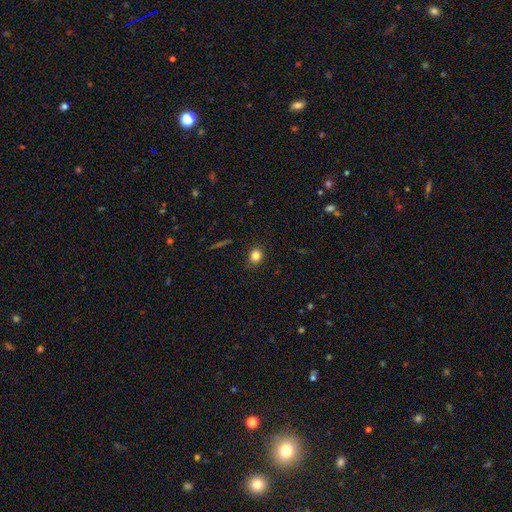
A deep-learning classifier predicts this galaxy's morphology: Q: Smooth or featured?
A: smooth (82%); runner-up: star or artifact (12%)
Q: How rounded?
A: round (78%); runner-up: in between (21%)
Q: Merging?
A: none (88%); runner-up: minor disturbance (9%)